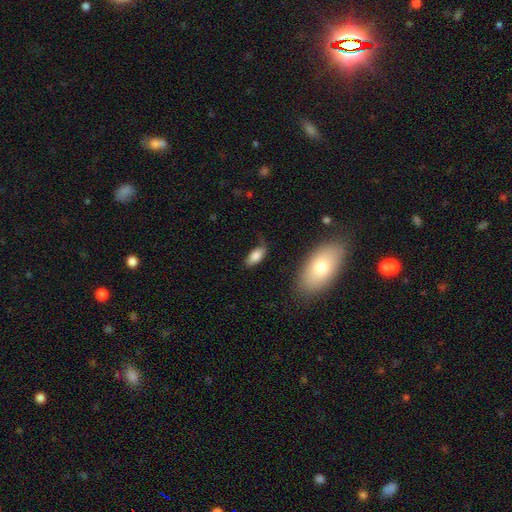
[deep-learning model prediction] smooth-or-featured: smooth: 82% | featured or disk: 11% | star or artifact: 7%
  how-rounded: in between: 91% | cigar-shaped: 6% | round: 4%
  merging: none: 55% | minor disturbance: 30% | major disturbance: 12% | merger: 3%